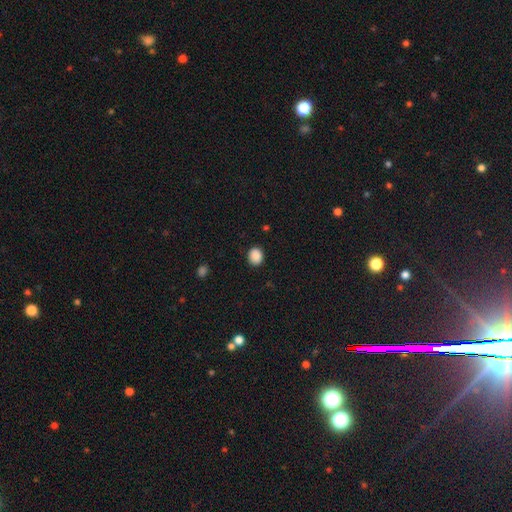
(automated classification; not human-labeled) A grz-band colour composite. It shows a smooth galaxy with no disk features (89%) that is round (62%). Merging: none (88%).